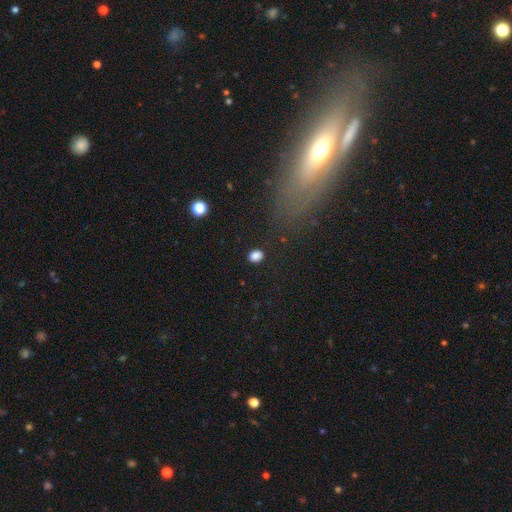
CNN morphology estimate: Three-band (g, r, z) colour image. It shows a smooth galaxy with no disk features (85%) that is in between round and cigar-shaped (64%). Merging: none (87%).